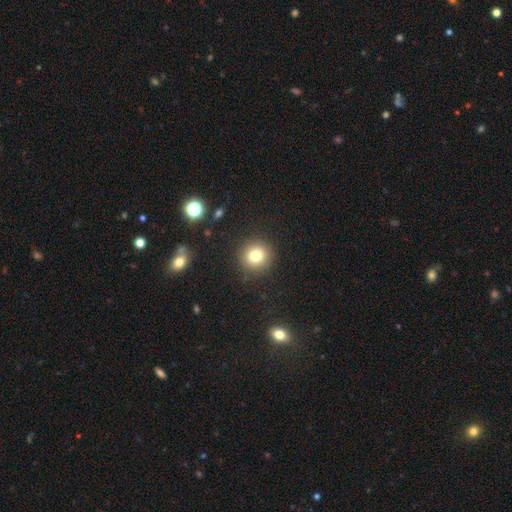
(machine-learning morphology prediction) Smooth or featured: smooth — 78% (star or artifact — 13%)
How rounded: round — 92% (in between — 7%)
Merging: none — 90% (minor disturbance — 6%)